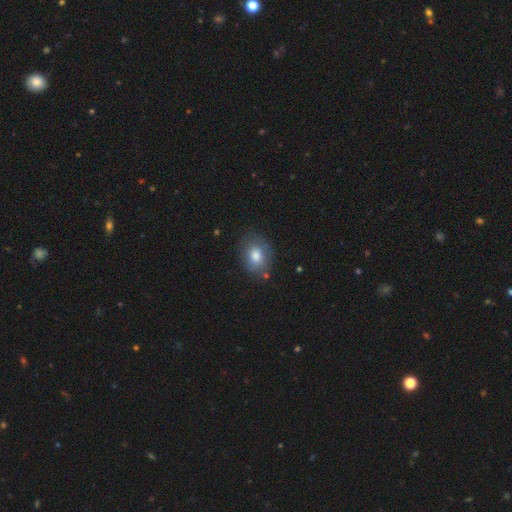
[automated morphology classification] This is likely a smooth galaxy (78%). How rounded: possibly in between (55%). Merging: likely none (72%).